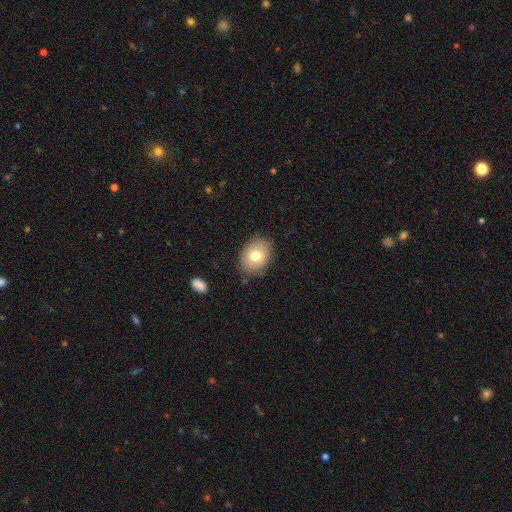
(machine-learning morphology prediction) type=smooth (75%); roundness=in between (65%); merging=none (83%).